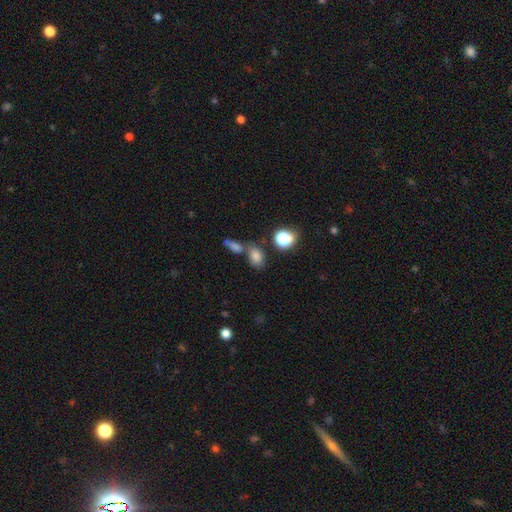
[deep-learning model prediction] smooth-or-featured: smooth: 76% | star or artifact: 16% | featured or disk: 8%
  how-rounded: in between: 73% | round: 25% | cigar-shaped: 2%
  merging: none: 54% | merger: 29% | minor disturbance: 12% | major disturbance: 5%